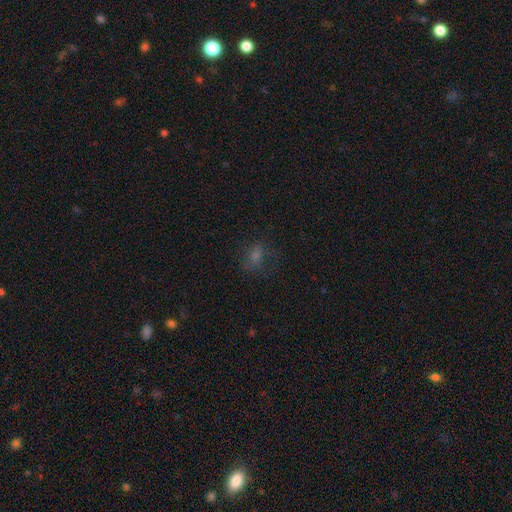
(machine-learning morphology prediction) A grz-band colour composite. It shows a smooth galaxy with no disk features (56%) that is in between round and cigar-shaped (59%). Merging: none (69%).